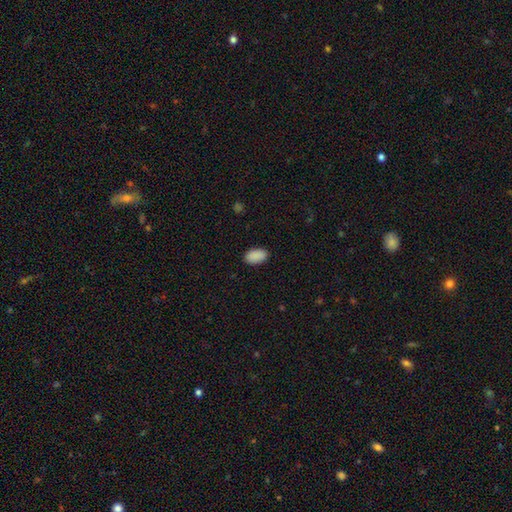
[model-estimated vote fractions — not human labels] This is clearly a smooth galaxy (90%). How rounded: clearly in between (94%). Merging: clearly none (89%).